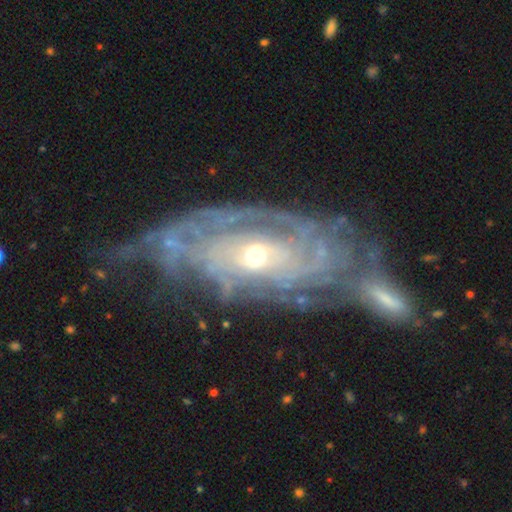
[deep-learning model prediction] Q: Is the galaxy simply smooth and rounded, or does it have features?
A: featured or disk — 86%.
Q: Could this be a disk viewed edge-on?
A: no — 93%.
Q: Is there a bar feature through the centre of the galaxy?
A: no — 62%.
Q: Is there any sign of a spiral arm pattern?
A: yes — 89%.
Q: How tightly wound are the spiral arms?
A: tight — 65%.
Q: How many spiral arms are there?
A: can't tell — 41%.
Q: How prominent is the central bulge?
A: moderate — 53%.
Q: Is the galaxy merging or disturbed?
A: none — 55%.